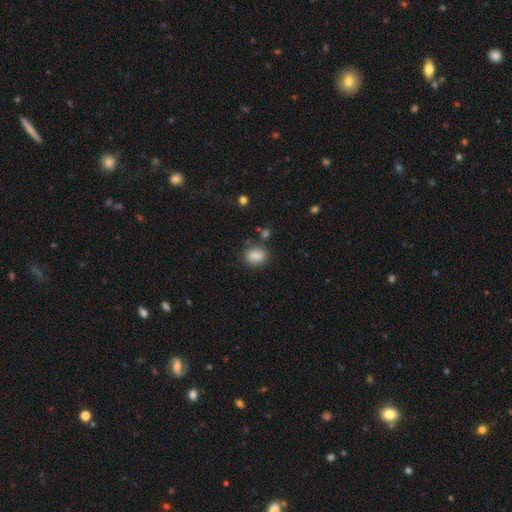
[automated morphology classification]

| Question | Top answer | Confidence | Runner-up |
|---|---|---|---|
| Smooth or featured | smooth | 85% | star or artifact (9%) |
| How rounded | in between | 62% | round (36%) |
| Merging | none | 76% | minor disturbance (14%) |